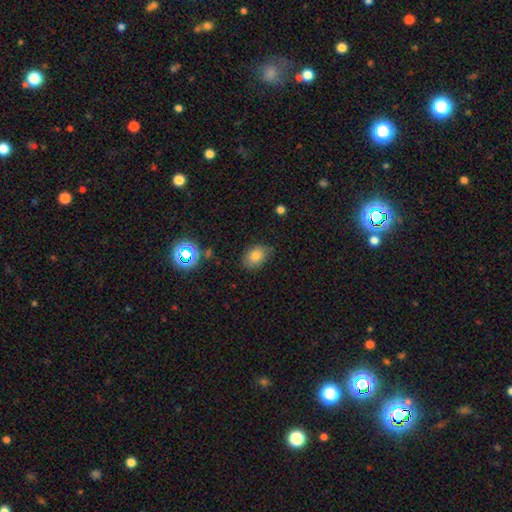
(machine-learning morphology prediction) The model was most divided on "how rounded": in between: 70%, round: 29%, cigar-shaped: 1%. More confident: smooth or featured — smooth (79%); merging — none (72%).